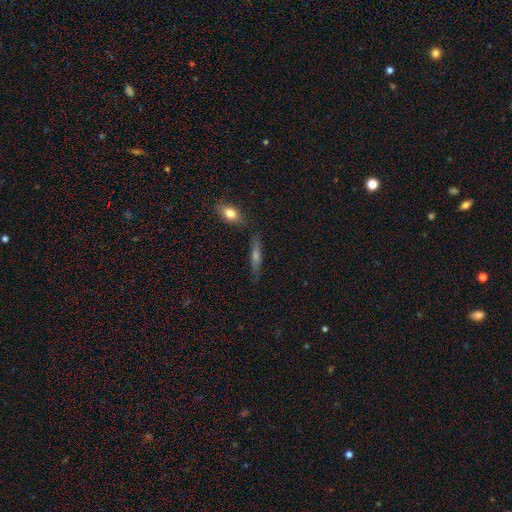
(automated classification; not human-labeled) Morphology: type=featured or disk (46%); merging=none (84%).